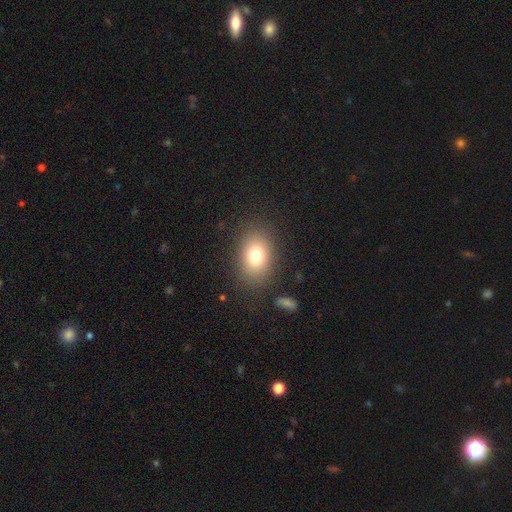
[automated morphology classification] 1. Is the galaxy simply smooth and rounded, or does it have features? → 76% smooth, 12% featured or disk, 12% star or artifact.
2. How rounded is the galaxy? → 72% in between, 27% round, 1% cigar-shaped.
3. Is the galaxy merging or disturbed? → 84% none, 9% minor disturbance, 4% major disturbance, 2% merger.